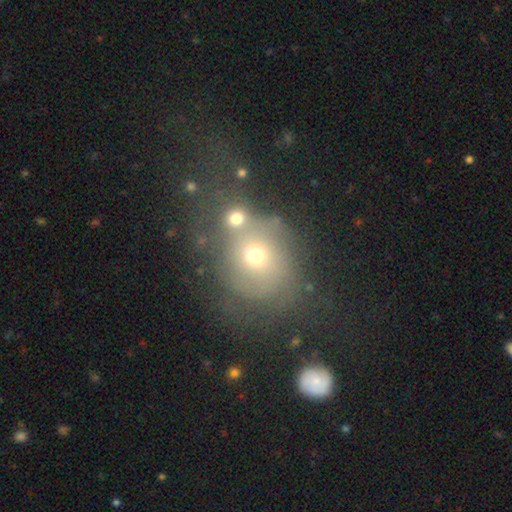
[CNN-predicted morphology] Smooth or featured? Predicted: smooth (p=0.50). How rounded? Predicted: round (p=0.67). Merging? Predicted: none (p=0.34).